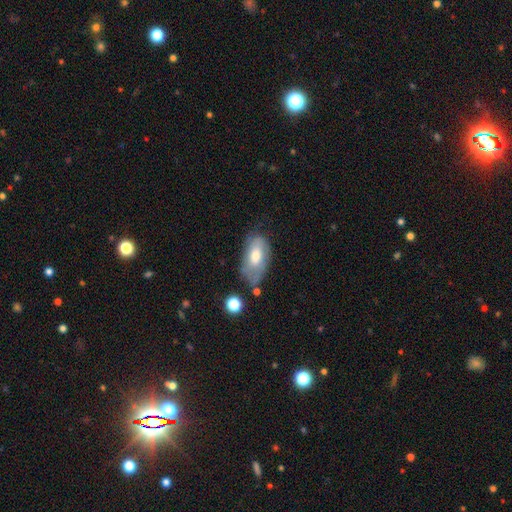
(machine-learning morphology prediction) A smooth galaxy with no disk features (53%) that is in between round and cigar-shaped (91%).

Vote fractions:
- Smooth or featured? smooth: 53% / featured or disk: 39% / star or artifact: 8%
- How rounded? in between: 91% / round: 5% / cigar-shaped: 4%
- Merging? none: 48% / minor disturbance: 33% / major disturbance: 14% / merger: 6%